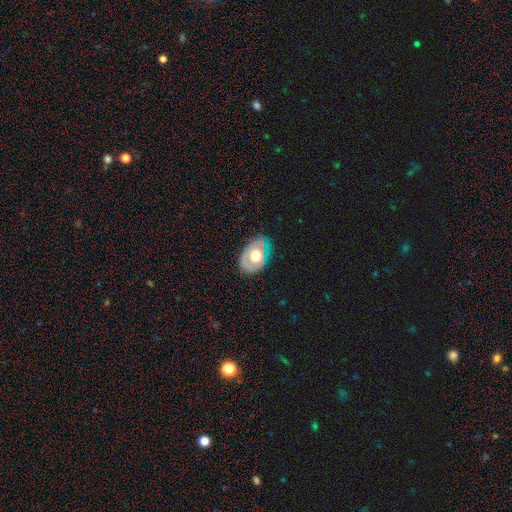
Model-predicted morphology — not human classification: smooth-or-featured: featured or disk: 51% | smooth: 42% | star or artifact: 6%
  disk-edge-on: no: 91% | yes: 9%
  merging: none: 70% | minor disturbance: 22% | major disturbance: 7% | merger: 1%